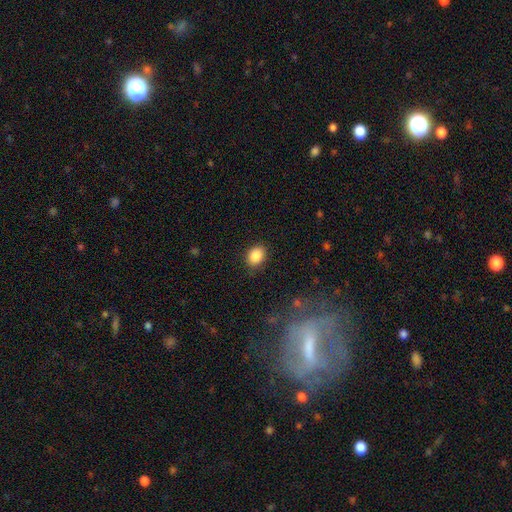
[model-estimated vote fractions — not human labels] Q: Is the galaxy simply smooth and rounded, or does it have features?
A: smooth — 87%.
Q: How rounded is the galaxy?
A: in between — 63%.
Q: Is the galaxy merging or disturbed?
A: none — 86%.